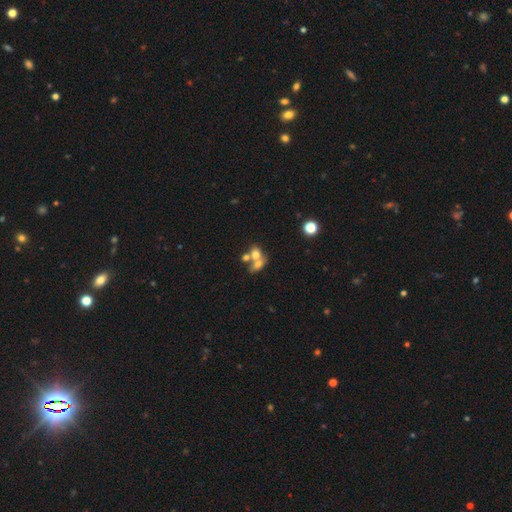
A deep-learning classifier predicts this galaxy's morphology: smooth-or-featured: smooth: 64% | featured or disk: 24% | star or artifact: 12%
  how-rounded: in between: 60% | round: 37% | cigar-shaped: 3%
  merging: merger: 62% | none: 25% | minor disturbance: 8% | major disturbance: 5%